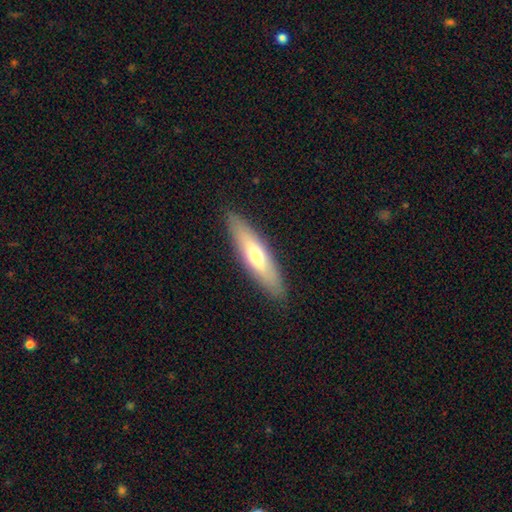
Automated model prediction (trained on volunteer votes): Smooth or featured? smooth (57%)
How rounded? cigar-shaped (71%)
Merging? none (89%)